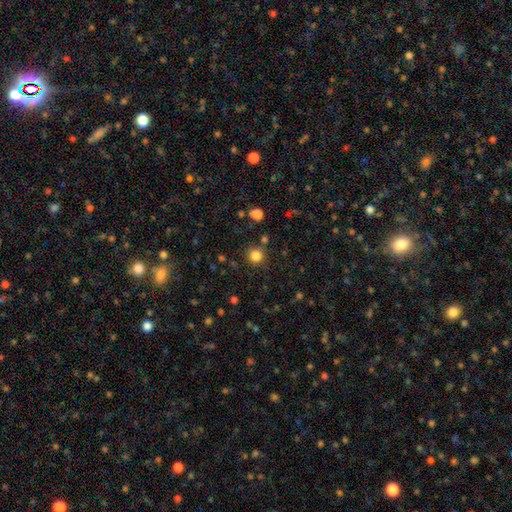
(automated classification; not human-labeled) smooth_or_featured: smooth (p=0.83) [alt: star or artifact p=0.13]
how_rounded: round (p=0.92) [alt: in between p=0.07]
merging: none (p=0.83) [alt: minor disturbance p=0.08]